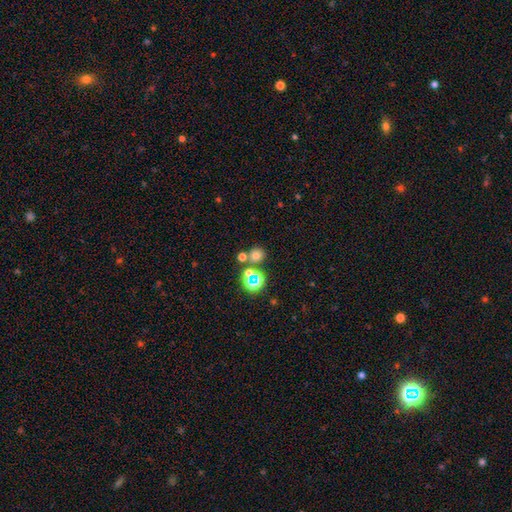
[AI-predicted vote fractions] Smooth or featured? Predicted: smooth (p=0.65). How rounded? Predicted: round (p=0.82). Merging? Predicted: none (p=0.69).